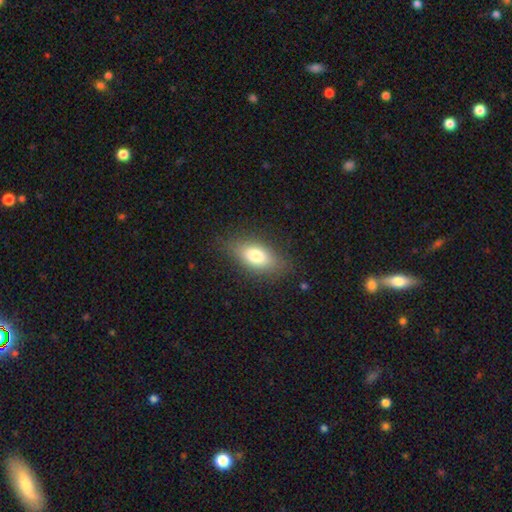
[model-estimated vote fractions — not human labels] Smooth or featured? smooth (78%)
How rounded? in between (85%)
Merging? none (82%)